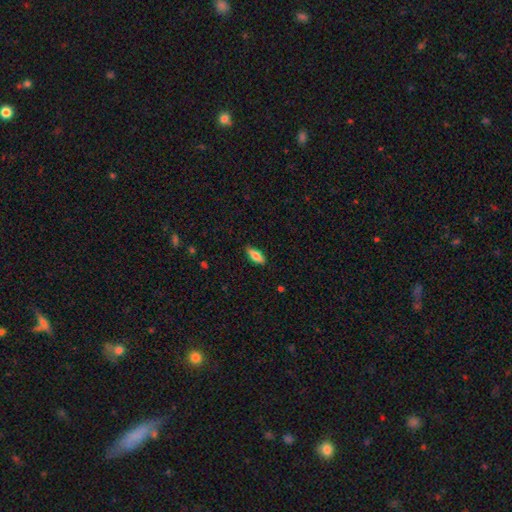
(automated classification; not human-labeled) A smooth galaxy with no disk features (73%) that is in between round and cigar-shaped (73%).

Vote fractions:
- Smooth or featured? smooth: 73% / featured or disk: 21% / star or artifact: 6%
- How rounded? in between: 73% / cigar-shaped: 25% / round: 2%
- Merging? none: 87% / minor disturbance: 10% / major disturbance: 2% / merger: 1%